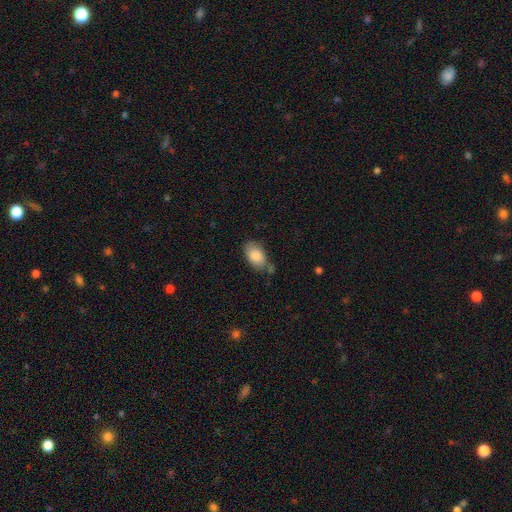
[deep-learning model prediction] This is clearly a smooth galaxy (84%). How rounded: clearly in between (91%). Merging: possibly none (60%).